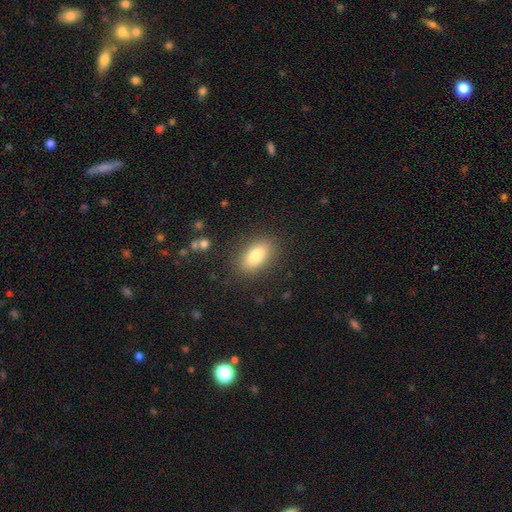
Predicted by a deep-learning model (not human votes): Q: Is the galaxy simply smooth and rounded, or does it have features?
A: smooth — 80%.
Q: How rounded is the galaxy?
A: in between — 89%.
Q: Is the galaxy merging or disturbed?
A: none — 86%.